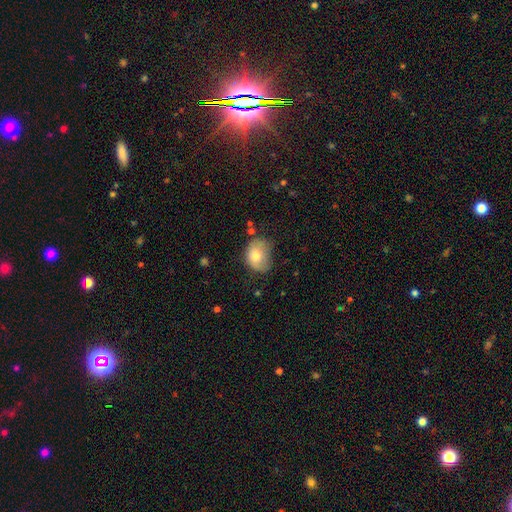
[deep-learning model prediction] Q: Smooth or featured?
A: smooth (74%); runner-up: featured or disk (18%)
Q: How rounded?
A: in between (63%); runner-up: round (36%)
Q: Merging?
A: none (40%); runner-up: minor disturbance (39%)